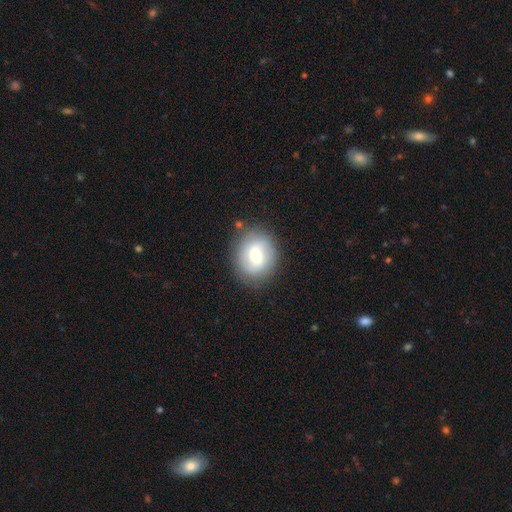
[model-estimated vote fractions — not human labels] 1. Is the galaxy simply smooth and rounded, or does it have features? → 51% smooth, 41% featured or disk, 8% star or artifact.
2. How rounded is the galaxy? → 76% round, 23% in between, 1% cigar-shaped.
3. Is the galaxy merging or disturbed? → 82% none, 12% minor disturbance, 4% major disturbance, 2% merger.